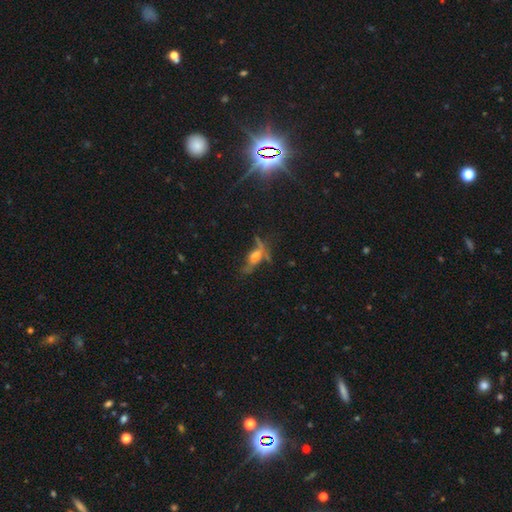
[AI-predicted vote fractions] Smooth or featured? featured or disk (44%)
Merging? none (41%)